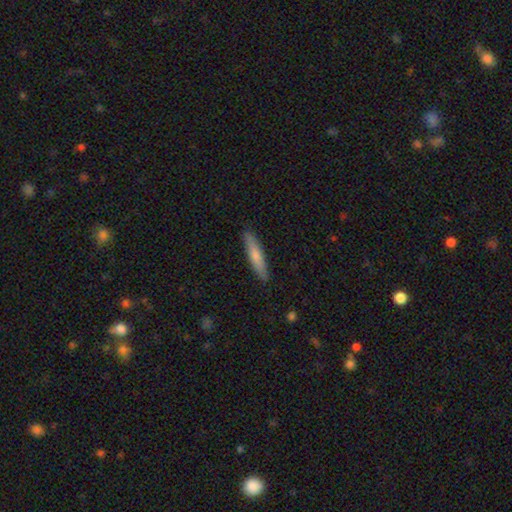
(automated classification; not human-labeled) Smooth or featured? Predicted: smooth (p=0.70). How rounded? Predicted: cigar-shaped (p=0.86). Merging? Predicted: none (p=0.89).